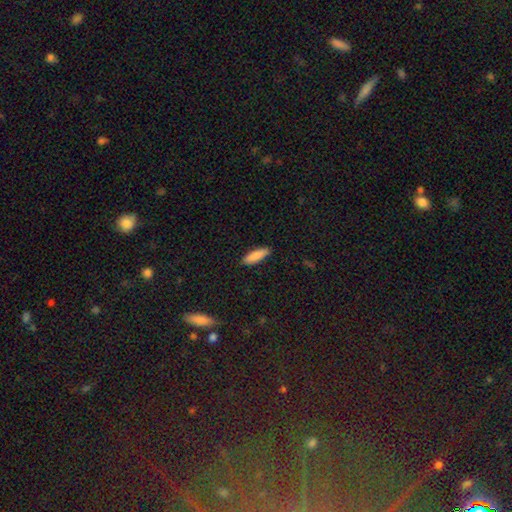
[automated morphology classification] This is clearly a smooth galaxy (87%). How rounded: possibly cigar-shaped (56%). Merging: clearly none (89%).